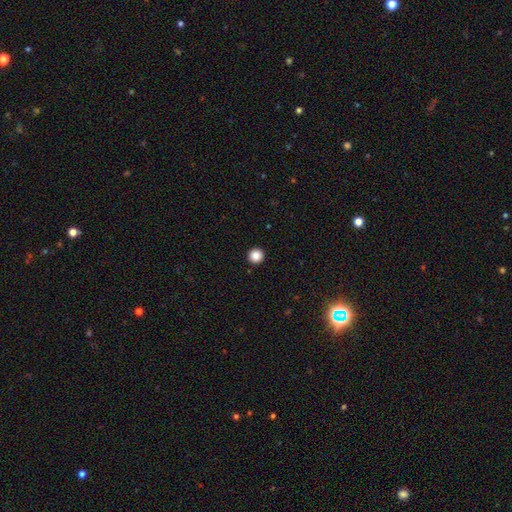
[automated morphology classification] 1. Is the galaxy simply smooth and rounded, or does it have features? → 86% smooth, 10% star or artifact, 4% featured or disk.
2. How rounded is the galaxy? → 96% round, 3% in between, 1% cigar-shaped.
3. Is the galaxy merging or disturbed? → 94% none, 4% minor disturbance, 1% major disturbance, 1% merger.